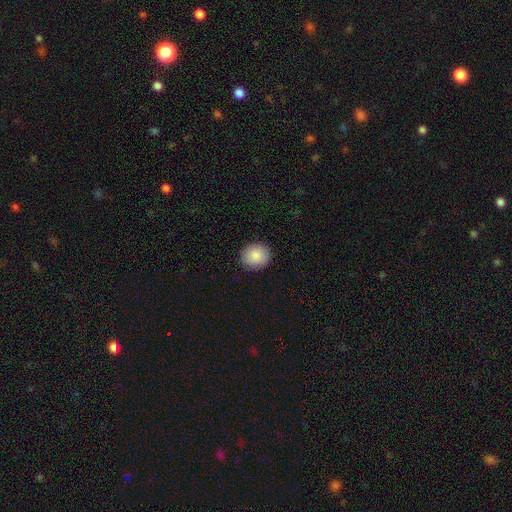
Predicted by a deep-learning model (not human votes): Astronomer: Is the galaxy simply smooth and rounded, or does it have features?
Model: smooth — 87%.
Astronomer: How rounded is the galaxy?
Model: round — 75%.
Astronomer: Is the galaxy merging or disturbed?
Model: none — 89%.